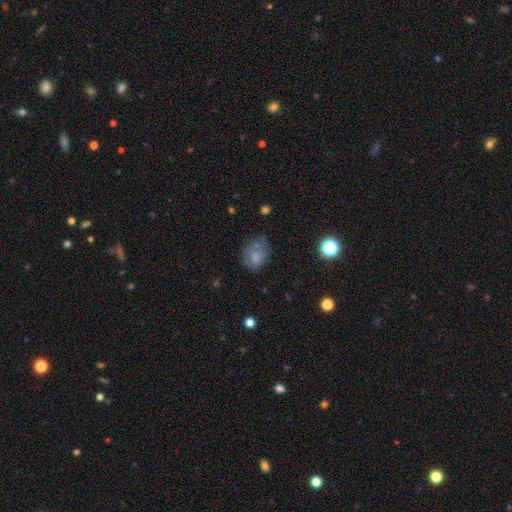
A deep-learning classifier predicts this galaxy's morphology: This appears to be a smooth galaxy with no disk features (64%) that is in between round and cigar-shaped (60%). Merging: none (45%).